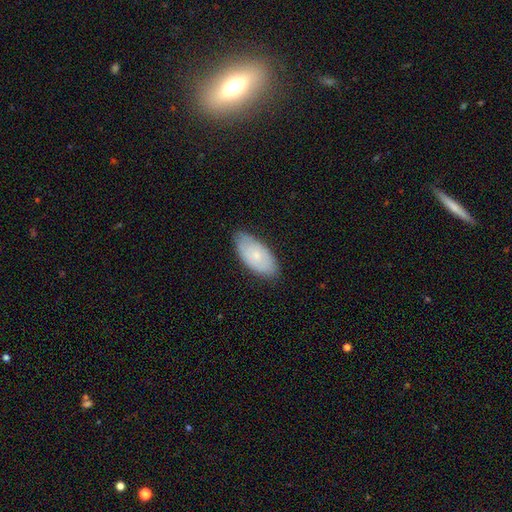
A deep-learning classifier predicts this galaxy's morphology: A smooth galaxy with no disk features (64%) that is in between round and cigar-shaped (93%).

Vote fractions:
- Smooth or featured? smooth: 64% / featured or disk: 30% / star or artifact: 6%
- How rounded? in between: 93% / cigar-shaped: 4% / round: 3%
- Merging? none: 76% / minor disturbance: 20% / major disturbance: 3% / merger: 1%